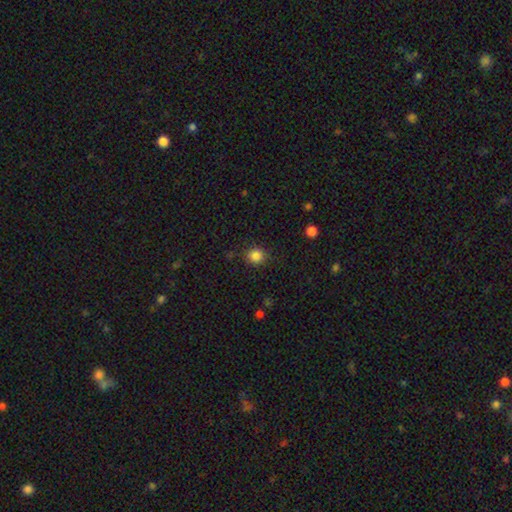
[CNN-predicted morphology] Q: Smooth or featured?
A: smooth (85%); runner-up: star or artifact (11%)
Q: How rounded?
A: round (85%); runner-up: in between (14%)
Q: Merging?
A: none (87%); runner-up: minor disturbance (9%)